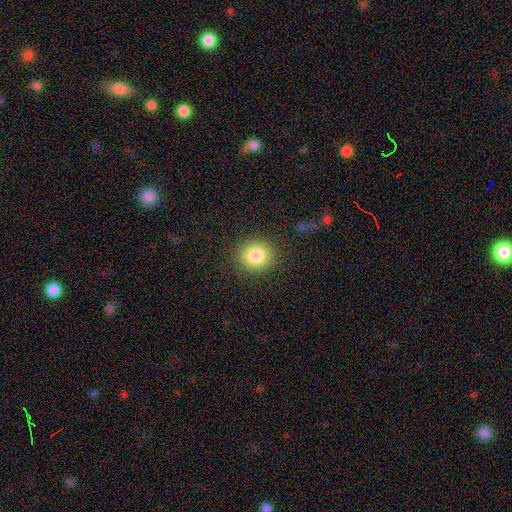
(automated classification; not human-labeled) smooth-or-featured: smooth: 84% | star or artifact: 10% | featured or disk: 6%
  how-rounded: round: 83% | in between: 16% | cigar-shaped: 1%
  merging: none: 88% | minor disturbance: 8% | major disturbance: 3% | merger: 1%